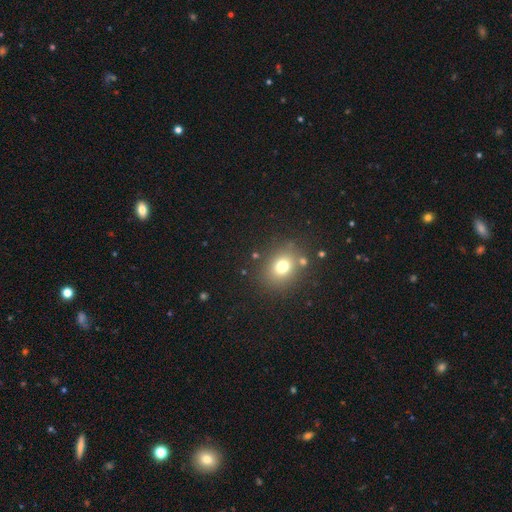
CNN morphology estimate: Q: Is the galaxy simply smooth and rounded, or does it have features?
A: smooth — 71%.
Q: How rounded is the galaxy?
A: round — 64%.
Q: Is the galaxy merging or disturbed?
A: none — 81%.